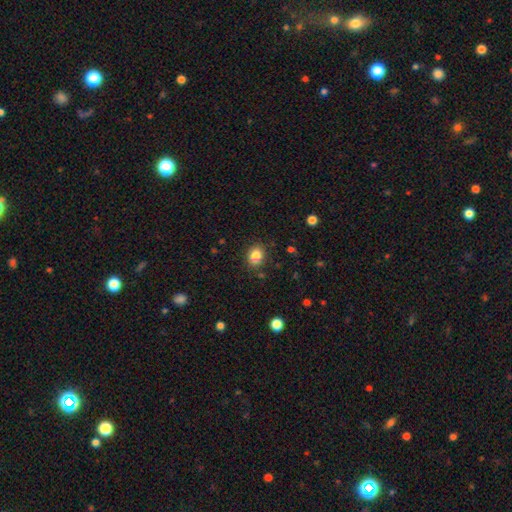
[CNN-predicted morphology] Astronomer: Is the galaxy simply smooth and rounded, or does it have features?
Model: smooth — 83%.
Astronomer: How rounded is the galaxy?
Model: round — 56% (runner-up: in between, 44%).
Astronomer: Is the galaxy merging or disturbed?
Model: none — 85%.